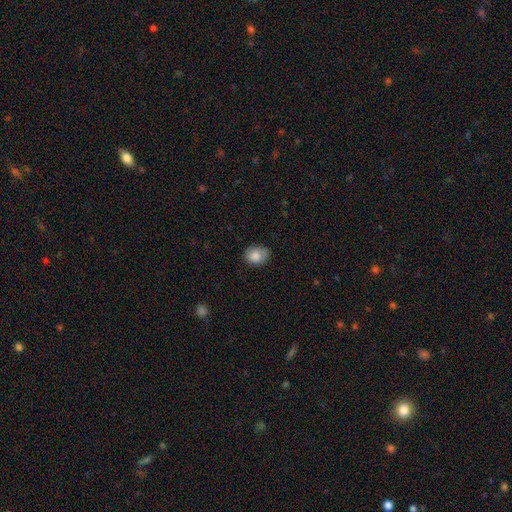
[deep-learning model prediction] Smooth or featured: smooth — 84% (star or artifact — 8%)
How rounded: in between — 54% (round — 45%)
Merging: none — 73% (minor disturbance — 22%)